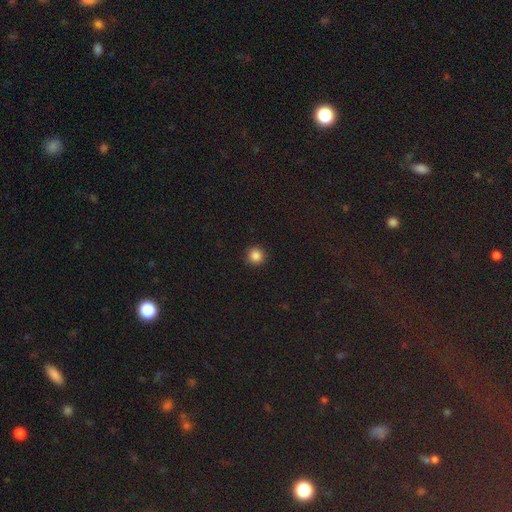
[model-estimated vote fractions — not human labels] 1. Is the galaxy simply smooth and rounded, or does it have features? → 86% smooth, 11% star or artifact, 3% featured or disk.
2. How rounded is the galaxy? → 95% round, 4% in between, 1% cigar-shaped.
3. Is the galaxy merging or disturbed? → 93% none, 5% minor disturbance, 2% major disturbance, 1% merger.